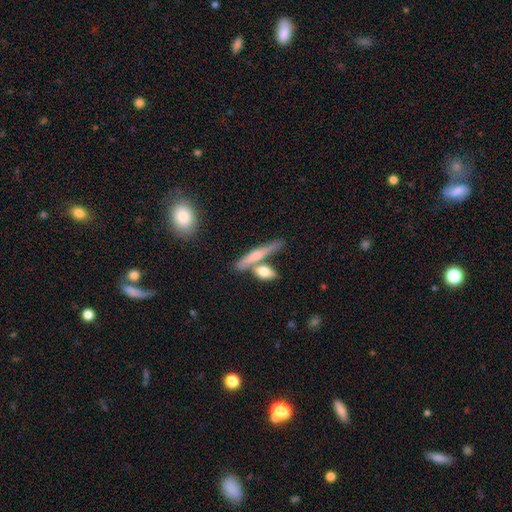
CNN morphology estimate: smooth 53%, featured or disk 40%, star or artifact 7%. Down the decision tree: how rounded — cigar-shaped (74%); merging — none (57%).